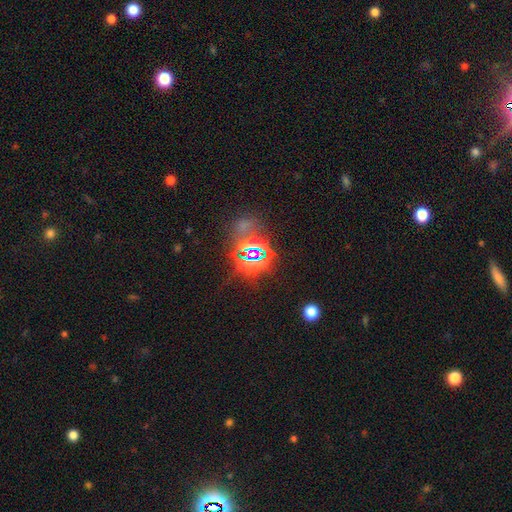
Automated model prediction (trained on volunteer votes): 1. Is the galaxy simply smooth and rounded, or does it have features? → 78% star or artifact, 12% smooth, 9% featured or disk.